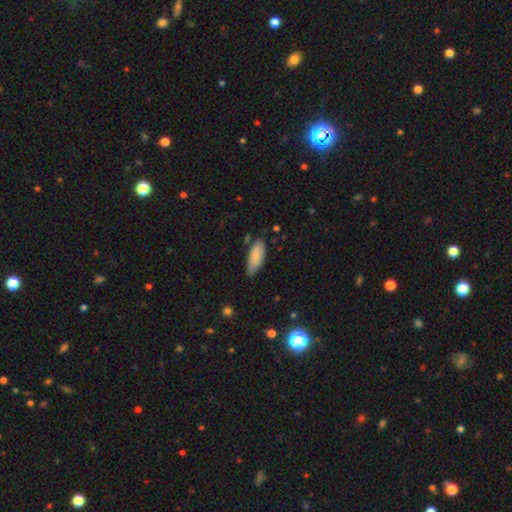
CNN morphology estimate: type=smooth (76%); roundness=in between (79%); merging=none (67%).